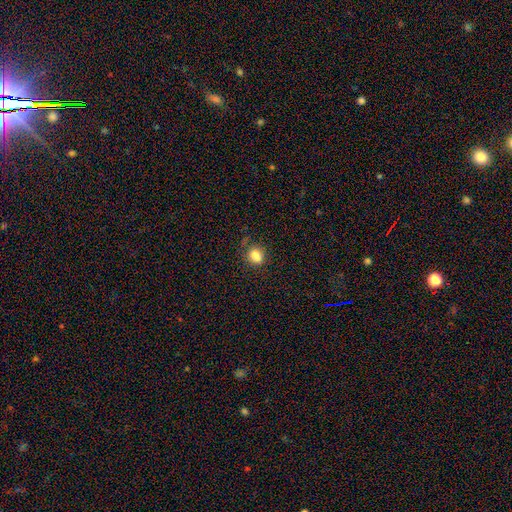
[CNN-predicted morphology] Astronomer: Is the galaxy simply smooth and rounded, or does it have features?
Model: smooth — 82%.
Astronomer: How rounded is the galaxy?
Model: round — 59% (runner-up: in between, 40%).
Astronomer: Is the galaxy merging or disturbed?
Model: none — 71%.